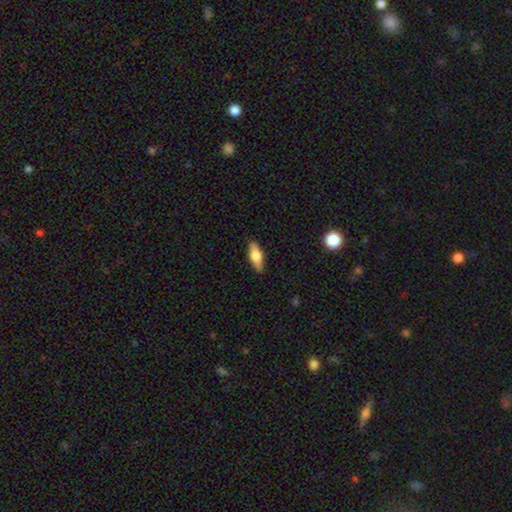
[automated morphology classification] smooth-or-featured: smooth: 61% | featured or disk: 33% | star or artifact: 6%
  how-rounded: in between: 62% | cigar-shaped: 35% | round: 3%
  merging: none: 89% | minor disturbance: 8% | major disturbance: 2% | merger: 1%